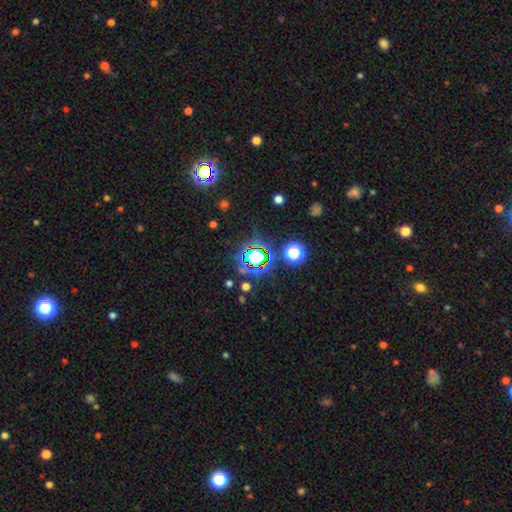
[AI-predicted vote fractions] Smooth or featured? star or artifact (67%)